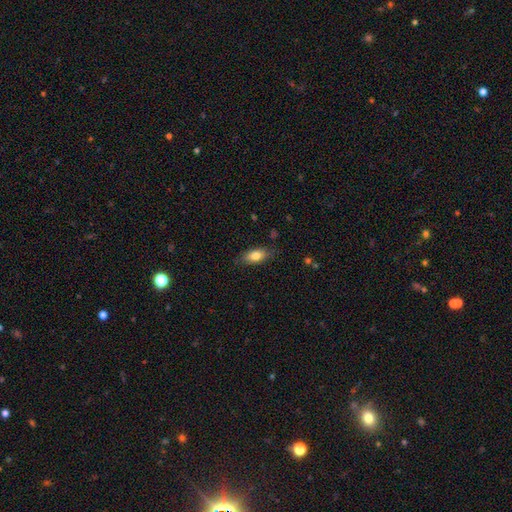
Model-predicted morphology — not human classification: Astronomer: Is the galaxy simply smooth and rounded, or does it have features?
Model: smooth — 81%.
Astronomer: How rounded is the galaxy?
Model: in between — 88%.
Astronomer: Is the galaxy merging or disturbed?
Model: none — 80%.